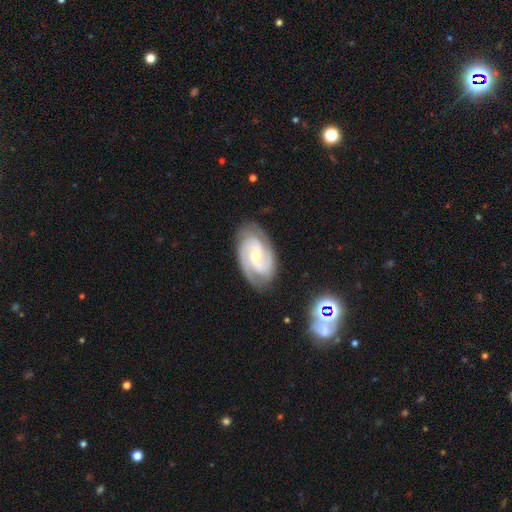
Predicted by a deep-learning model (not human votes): Smooth or featured? Predicted: featured or disk (p=0.85). Edge-on disk? Predicted: no (p=0.96). Bar? Predicted: no (p=0.46). Spiral arms? Predicted: yes (p=0.96). Spiral winding? Predicted: tight (p=0.50). Spiral arm count? Predicted: 2 (p=0.51). Bulge size? Predicted: small (p=0.51). Merging? Predicted: none (p=0.79).